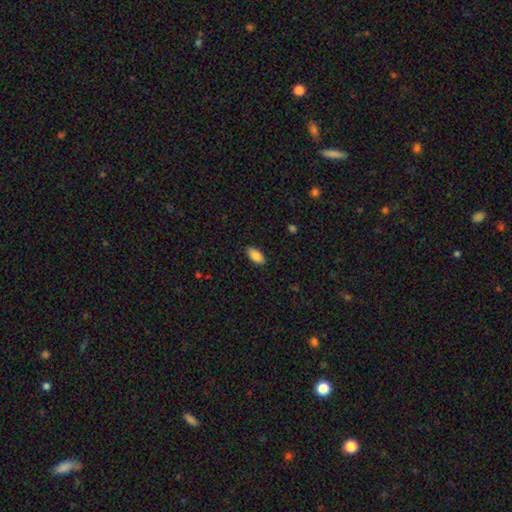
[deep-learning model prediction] smooth_or_featured: smooth (p=0.86) [alt: featured or disk p=0.08]
how_rounded: in between (p=0.92) [alt: cigar-shaped p=0.05]
merging: none (p=0.87) [alt: minor disturbance p=0.10]